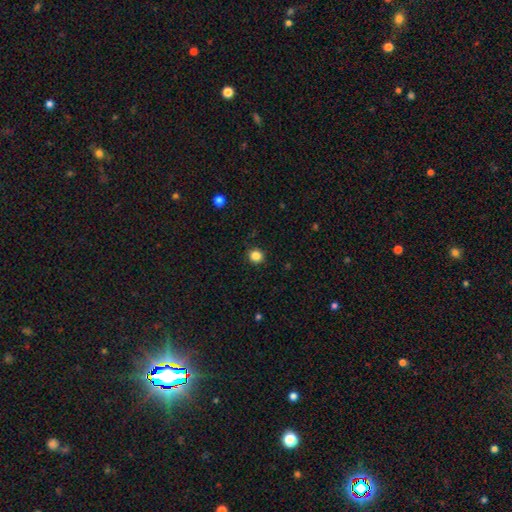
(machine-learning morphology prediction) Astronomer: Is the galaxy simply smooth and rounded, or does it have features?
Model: smooth — 85%.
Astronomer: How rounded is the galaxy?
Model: round — 92%.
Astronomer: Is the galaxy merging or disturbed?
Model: none — 91%.